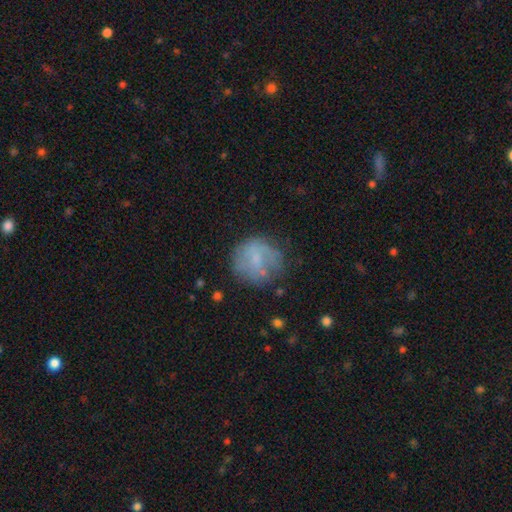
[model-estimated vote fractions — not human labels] smooth_or_featured: smooth (p=0.54) [alt: featured or disk p=0.37]
how_rounded: round (p=0.86) [alt: in between p=0.12]
merging: none (p=0.62) [alt: minor disturbance p=0.23]